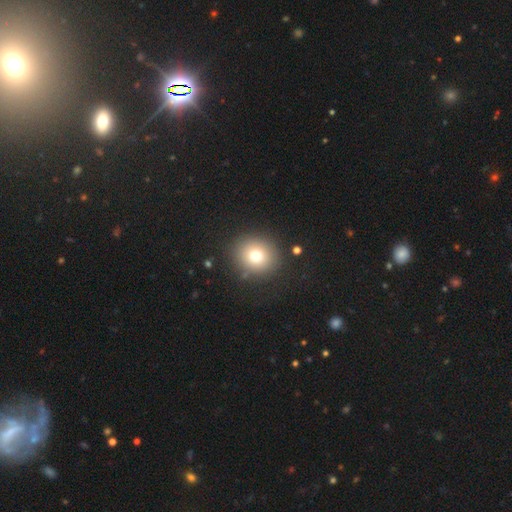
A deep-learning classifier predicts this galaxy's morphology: smooth_or_featured: smooth (p=0.75) [alt: star or artifact p=0.13]
how_rounded: round (p=0.85) [alt: in between p=0.14]
merging: none (p=0.87) [alt: minor disturbance p=0.07]